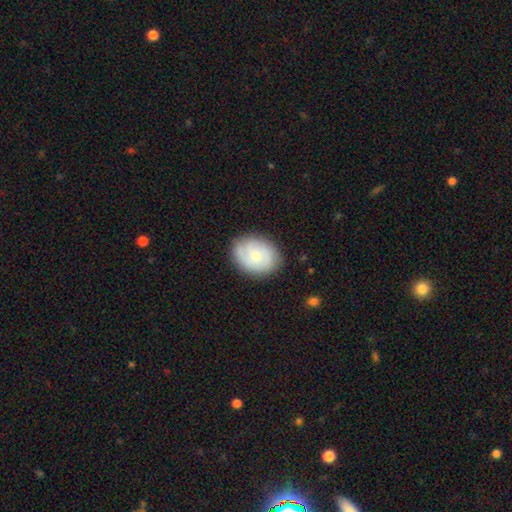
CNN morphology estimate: Smooth or featured: smooth — 49% (featured or disk — 44%)
Merging: none — 82% (minor disturbance — 14%)